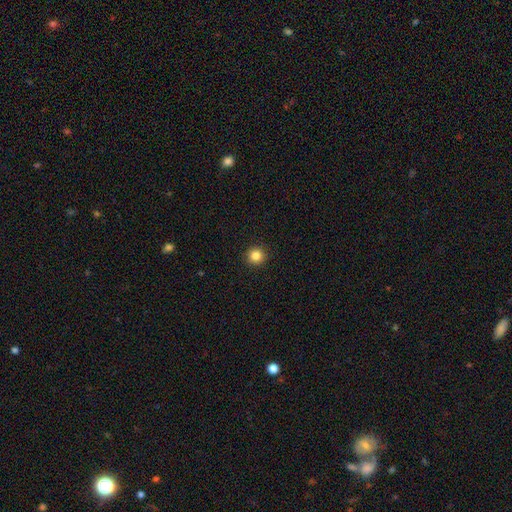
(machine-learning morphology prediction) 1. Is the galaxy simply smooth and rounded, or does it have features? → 84% smooth, 11% star or artifact, 5% featured or disk.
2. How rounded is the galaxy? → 94% round, 5% in between, 1% cigar-shaped.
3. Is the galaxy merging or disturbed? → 93% none, 4% minor disturbance, 2% major disturbance, 1% merger.